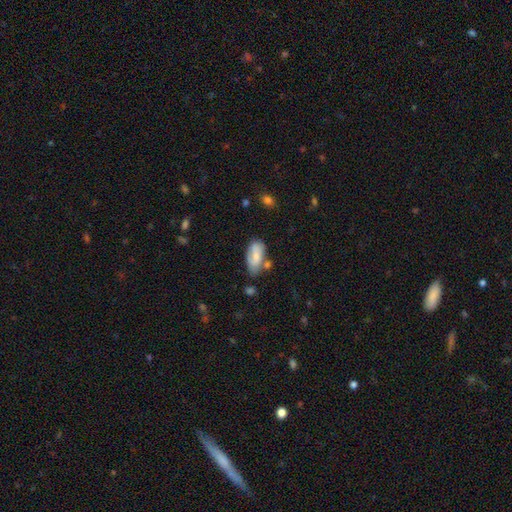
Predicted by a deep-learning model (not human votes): Overall: smooth (67%). How rounded: in between (90%). Merging: none (55%; minor disturbance 26%).